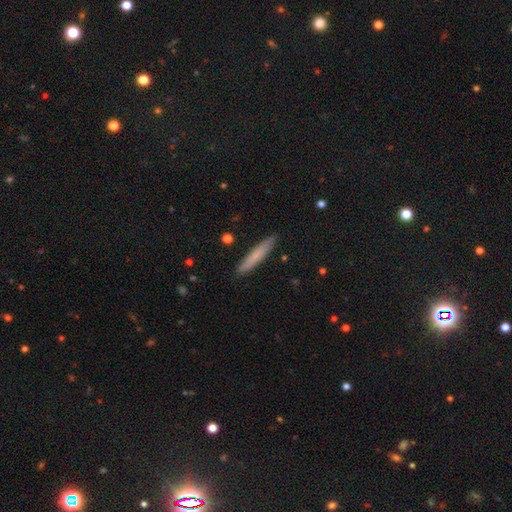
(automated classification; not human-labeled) smooth-or-featured: smooth: 71% | featured or disk: 23% | star or artifact: 6%
  how-rounded: cigar-shaped: 94% | in between: 5% | round: 1%
  merging: none: 90% | minor disturbance: 7% | major disturbance: 1% | merger: 1%